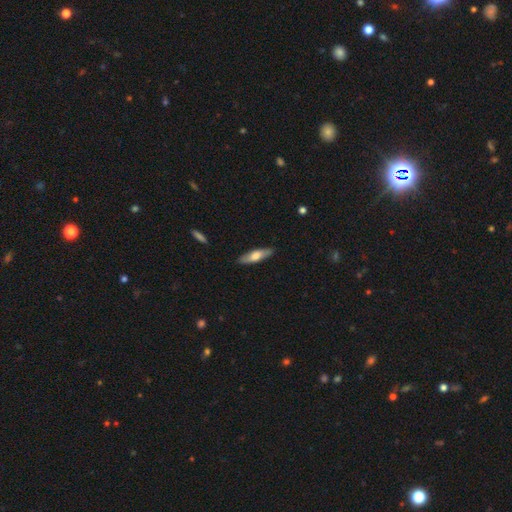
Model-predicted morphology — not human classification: Q: Smooth or featured?
A: smooth (57%); runner-up: featured or disk (38%)
Q: How rounded?
A: cigar-shaped (63%); runner-up: in between (35%)
Q: Merging?
A: none (87%); runner-up: minor disturbance (10%)